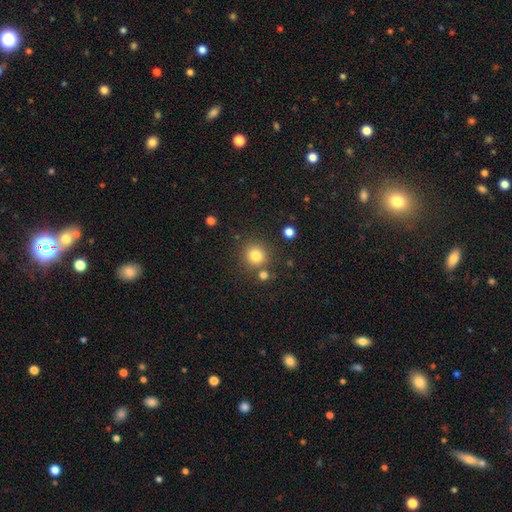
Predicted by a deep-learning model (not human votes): Q: Smooth or featured?
A: smooth (81%); runner-up: star or artifact (13%)
Q: How rounded?
A: round (92%); runner-up: in between (7%)
Q: Merging?
A: none (81%); runner-up: merger (8%)